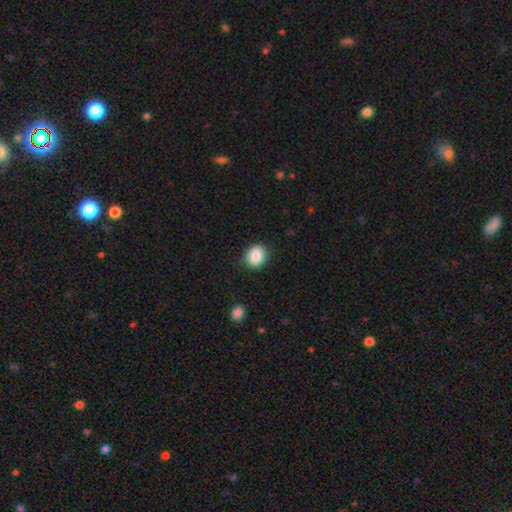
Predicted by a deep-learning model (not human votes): smooth 87%, star or artifact 8%, featured or disk 5%. Down the decision tree: how rounded — round (66%); merging — none (88%).